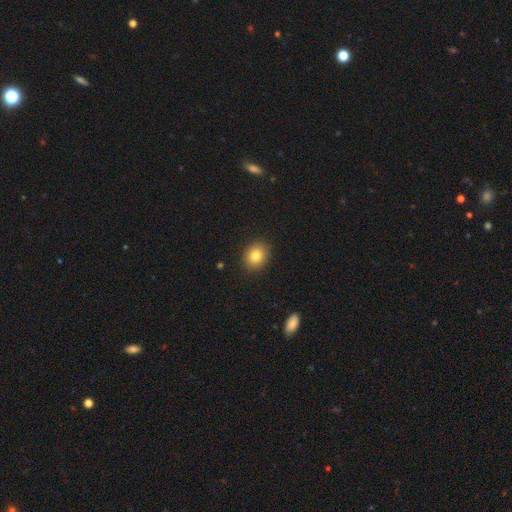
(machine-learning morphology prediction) This appears to be a smooth galaxy with no disk features (82%) that is round (67%). Merging: none (90%).